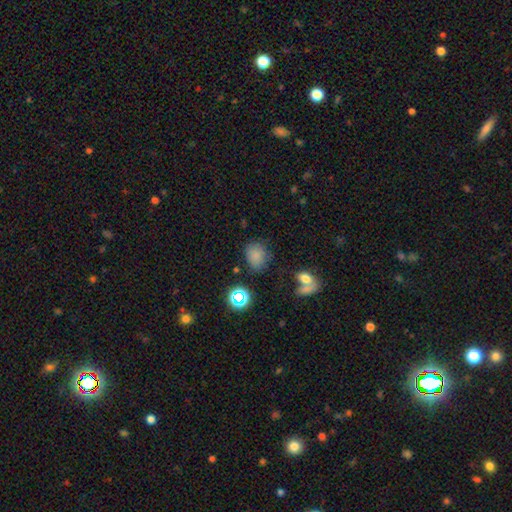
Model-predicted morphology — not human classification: Smooth or featured? Predicted: smooth (p=0.75). How rounded? Predicted: in between (p=0.50). Merging? Predicted: none (p=0.68).